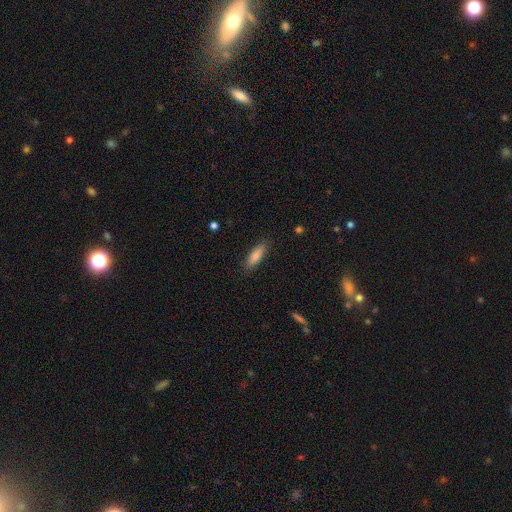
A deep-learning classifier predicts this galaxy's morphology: This is clearly a smooth galaxy (84%). How rounded: possibly in between (52%). Merging: clearly none (87%).